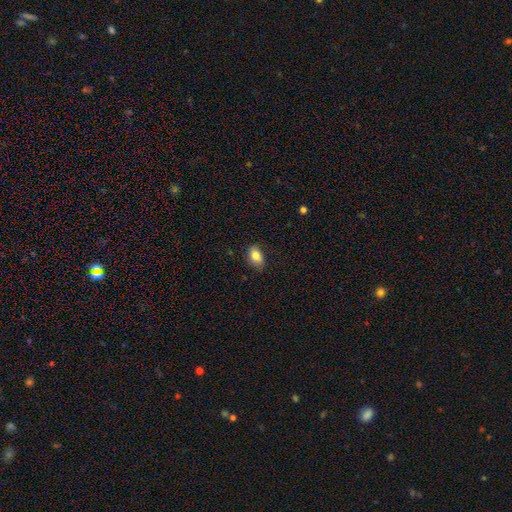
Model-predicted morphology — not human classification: This appears to be a smooth galaxy with no disk features (84%) that is in between round and cigar-shaped (88%). Merging: none (81%).